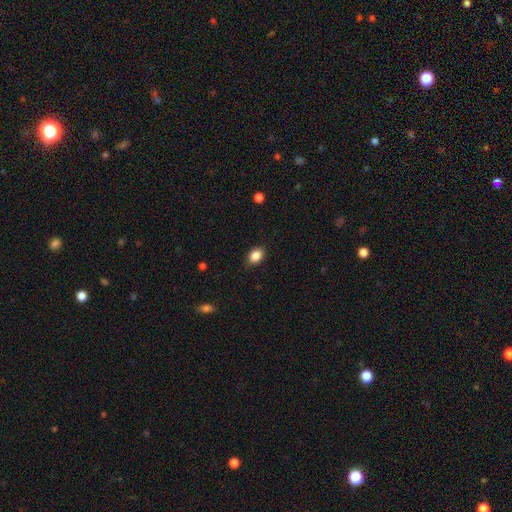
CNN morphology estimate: type=smooth (87%); roundness=in between (78%); merging=none (85%).